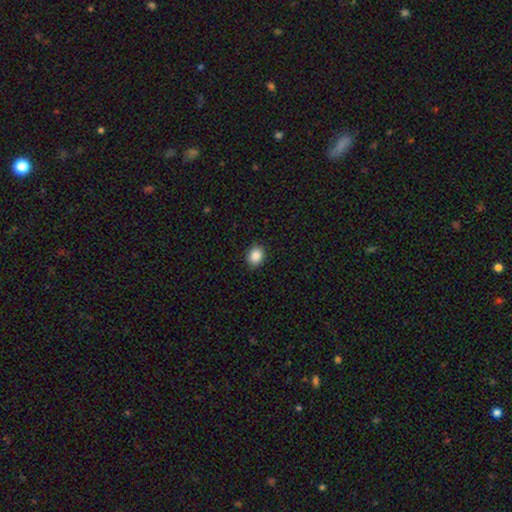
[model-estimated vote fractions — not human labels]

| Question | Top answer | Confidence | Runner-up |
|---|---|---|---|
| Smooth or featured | smooth | 88% | star or artifact (9%) |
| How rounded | round | 63% | in between (36%) |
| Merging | none | 89% | minor disturbance (8%) |